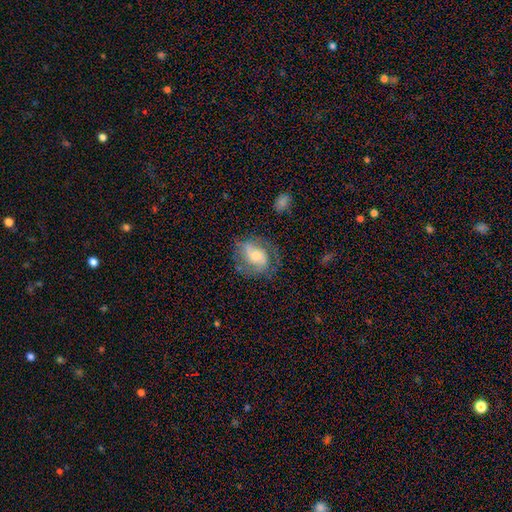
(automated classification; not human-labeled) Smooth or featured: featured or disk — 59% (smooth — 32%)
Edge-on disk: no — 96% (yes — 4%)
Bar: no — 47% (weak — 38%)
Spiral arms: yes — 80% (no — 20%)
Bulge size: moderate — 54% (small — 30%)
Merging: none — 61% (minor disturbance — 22%)